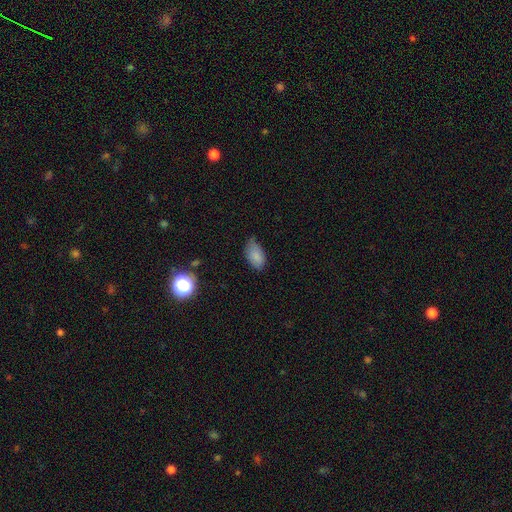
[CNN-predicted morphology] The model was most divided on "merging": none: 59%, minor disturbance: 33%, major disturbance: 6%, merger: 2%. More confident: how rounded — in between (93%); smooth or featured — smooth (83%).